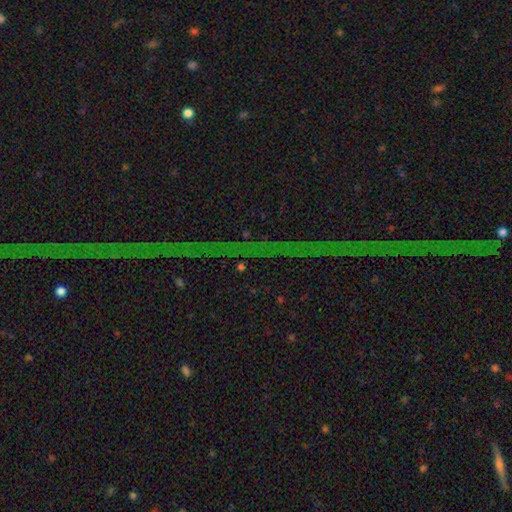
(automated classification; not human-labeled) Q: Smooth or featured?
A: star or artifact (82%); runner-up: featured or disk (12%)